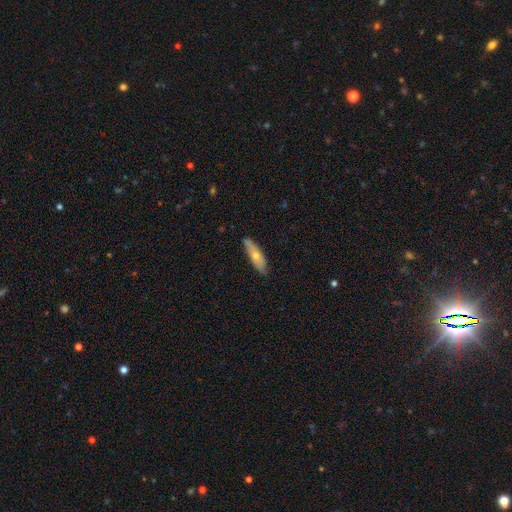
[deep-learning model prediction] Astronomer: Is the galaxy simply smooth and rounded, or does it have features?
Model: smooth — 51% (runner-up: featured or disk, 43%).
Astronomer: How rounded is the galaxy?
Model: cigar-shaped — 65%.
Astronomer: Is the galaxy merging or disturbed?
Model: none — 83%.